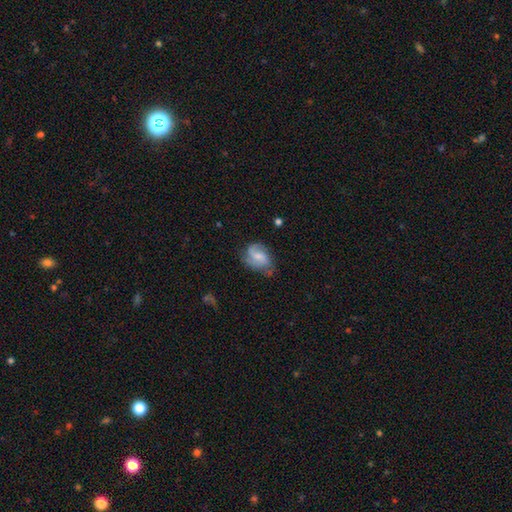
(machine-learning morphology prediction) featured or disk 61%, smooth 30%, star or artifact 9%. Down the decision tree: edge-on disk — no (97%); bar — no (46%); spiral arms — yes (89%); spiral arm count — 2 (54%); spiral winding — medium (44%); bulge size — small (44%); merging — none (58%).